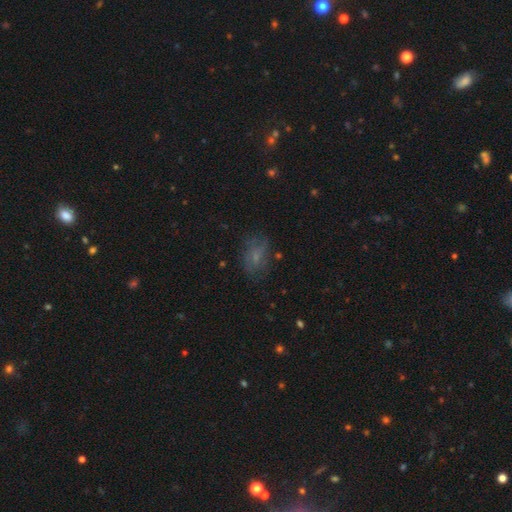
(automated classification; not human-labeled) Morphology: type=smooth (53%); roundness=in between (77%); merging=none (62%).